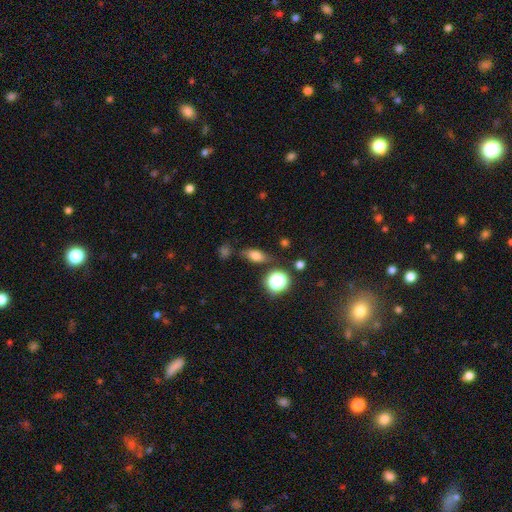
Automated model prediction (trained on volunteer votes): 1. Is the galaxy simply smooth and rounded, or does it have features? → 70% smooth, 16% featured or disk, 15% star or artifact.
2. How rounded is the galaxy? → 71% in between, 15% round, 13% cigar-shaped.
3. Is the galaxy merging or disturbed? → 73% none, 16% minor disturbance, 5% major disturbance, 5% merger.